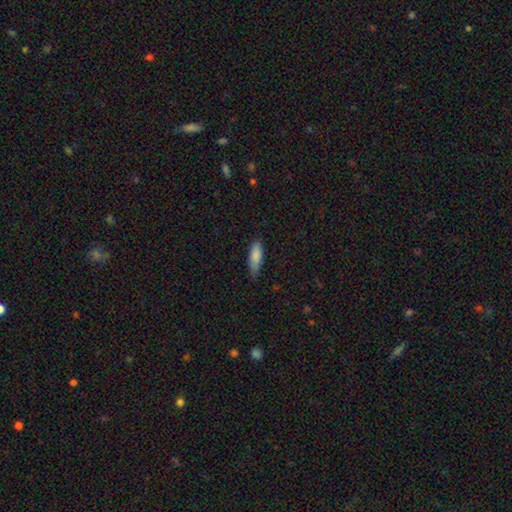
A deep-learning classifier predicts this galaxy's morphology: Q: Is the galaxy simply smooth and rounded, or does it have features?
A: smooth — 84%.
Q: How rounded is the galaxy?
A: in between — 53%.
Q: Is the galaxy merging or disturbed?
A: none — 71%.